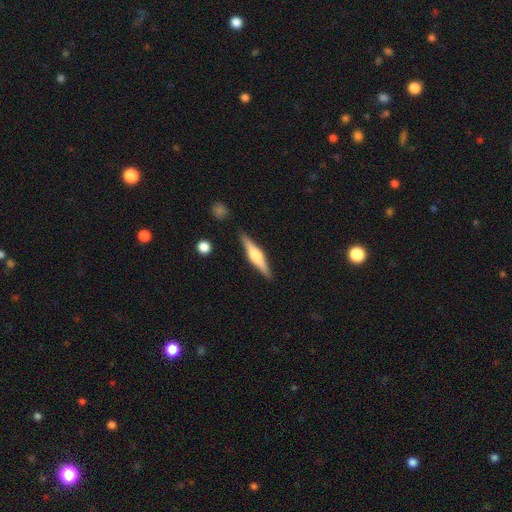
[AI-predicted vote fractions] The model was most divided on "smooth or featured": featured or disk: 71%, smooth: 24%, star or artifact: 5%. More confident: edge-on disk — yes (98%); edge-on bulge — rounded (92%); merging — none (90%).